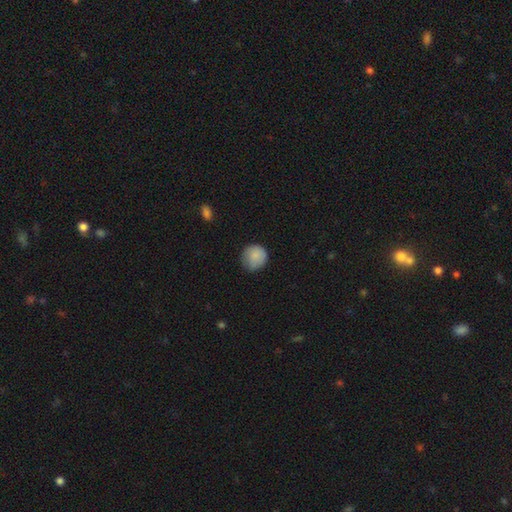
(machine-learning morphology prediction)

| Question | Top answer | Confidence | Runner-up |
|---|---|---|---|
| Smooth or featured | smooth | 85% | featured or disk (8%) |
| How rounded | round | 89% | in between (10%) |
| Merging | none | 68% | minor disturbance (26%) |